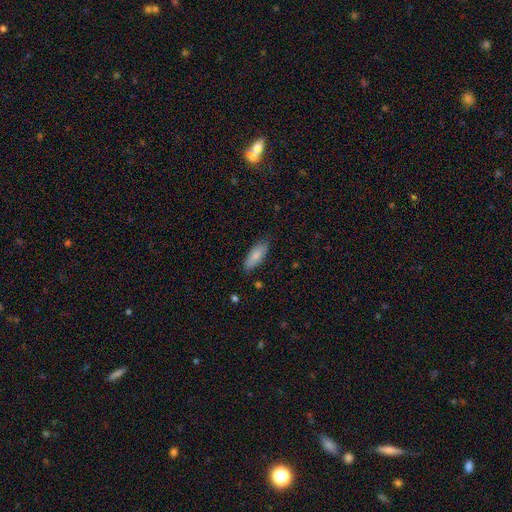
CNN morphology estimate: Smooth or featured? Predicted: smooth (p=0.81). How rounded? Predicted: in between (p=0.76). Merging? Predicted: none (p=0.80).